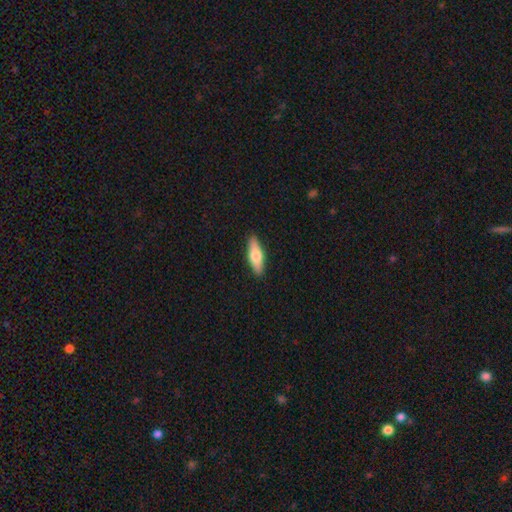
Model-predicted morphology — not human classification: smooth 63%, featured or disk 32%, star or artifact 5%. Down the decision tree: how rounded — in between (49%, tied with cigar-shaped); merging — none (90%).